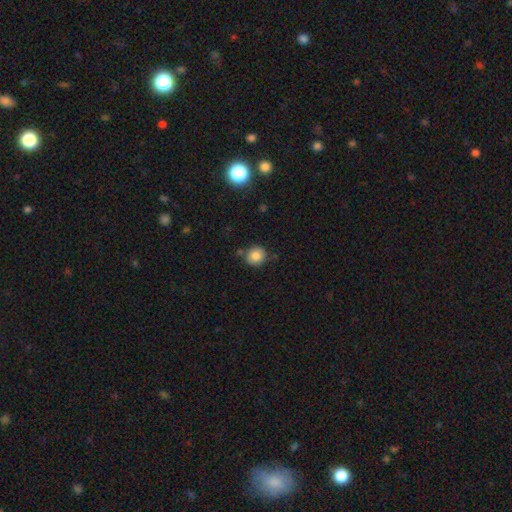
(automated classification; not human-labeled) Morphology: type=smooth (82%); roundness=round (86%); merging=none (78%).